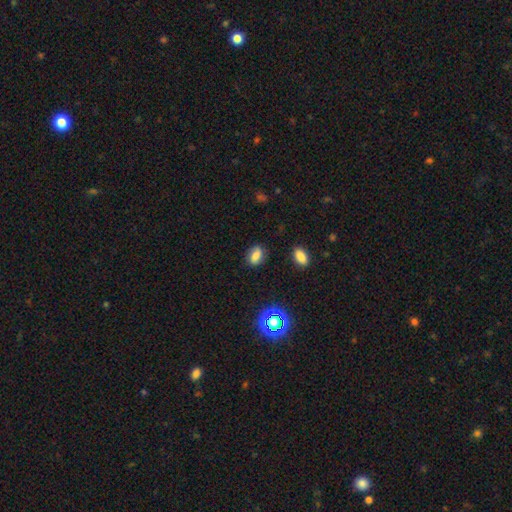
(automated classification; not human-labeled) This appears to be a smooth galaxy with no disk features (72%) that is in between round and cigar-shaped (78%). Merging: none (79%).